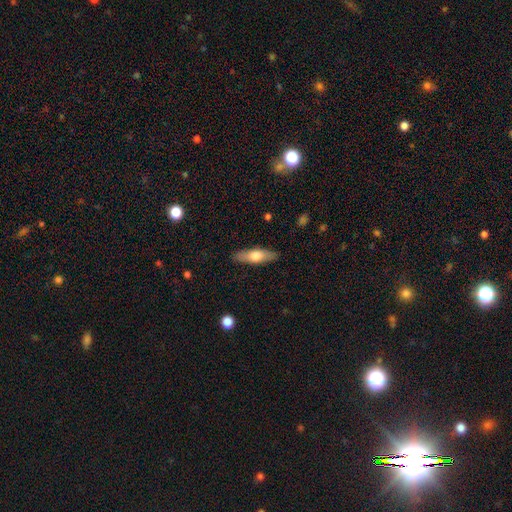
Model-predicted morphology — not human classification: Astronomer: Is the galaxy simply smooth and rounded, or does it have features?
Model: smooth — 60%.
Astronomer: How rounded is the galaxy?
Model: cigar-shaped — 54% (runner-up: in between, 43%).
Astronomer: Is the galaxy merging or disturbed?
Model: none — 88%.